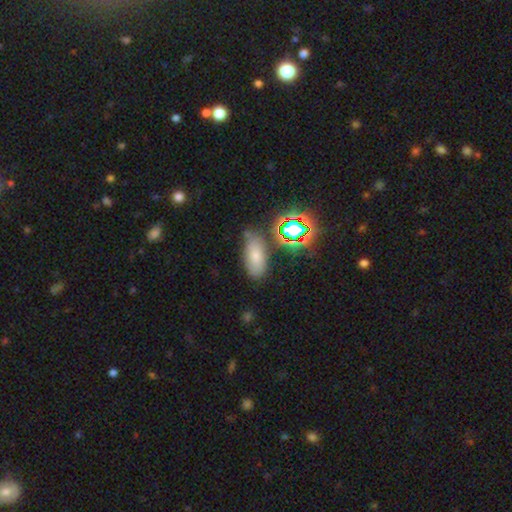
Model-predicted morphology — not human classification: Q: Smooth or featured?
A: smooth (68%); runner-up: star or artifact (18%)
Q: How rounded?
A: in between (87%); runner-up: cigar-shaped (7%)
Q: Merging?
A: none (67%); runner-up: minor disturbance (20%)